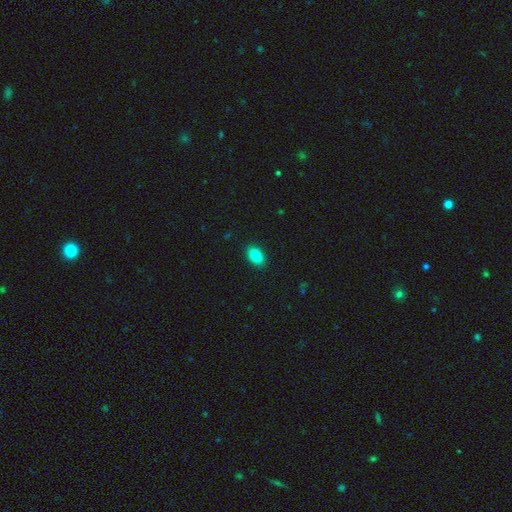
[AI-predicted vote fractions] smooth-or-featured: smooth: 86% | star or artifact: 8% | featured or disk: 6%
  how-rounded: in between: 89% | round: 9% | cigar-shaped: 2%
  merging: none: 90% | minor disturbance: 7% | major disturbance: 2% | merger: 1%